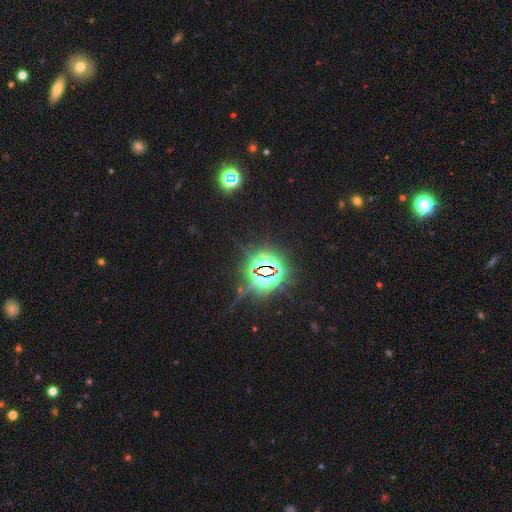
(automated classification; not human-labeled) Q: Smooth or featured?
A: star or artifact (78%); runner-up: smooth (15%)